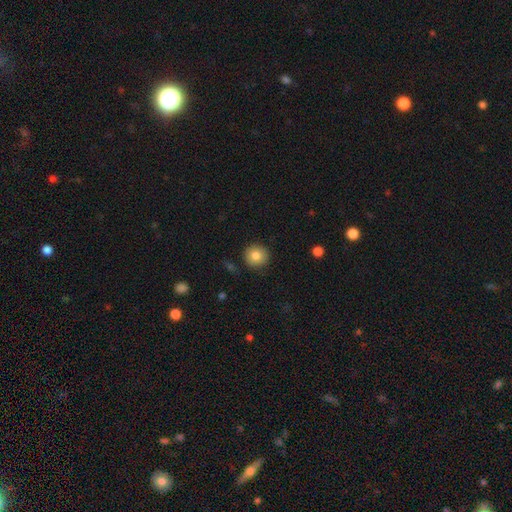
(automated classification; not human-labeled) smooth_or_featured: smooth (p=0.83) [alt: star or artifact p=0.09]
how_rounded: round (p=0.94) [alt: in between p=0.05]
merging: none (p=0.90) [alt: minor disturbance p=0.06]